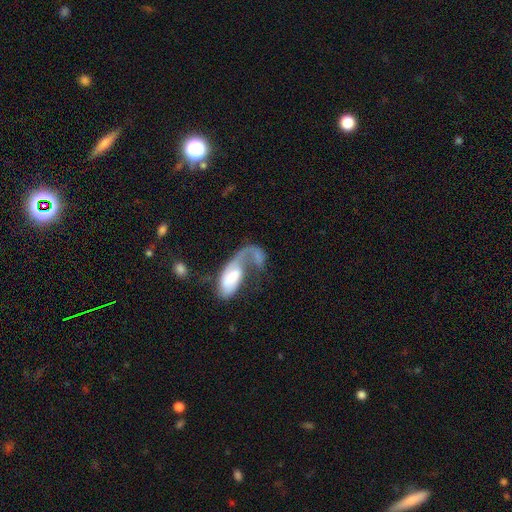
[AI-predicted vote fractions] This appears to be a featured or disk galaxy (54%) with no bar (62%), spiral arms (69%) and a moderate central bulge (29%). Merging: major disturbance (45%).